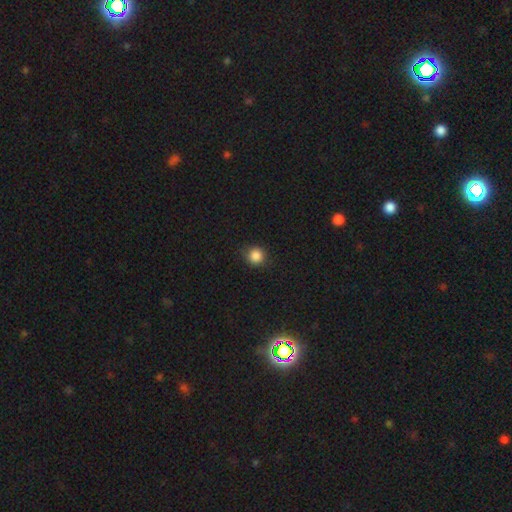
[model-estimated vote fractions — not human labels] smooth_or_featured: smooth (p=0.86) [alt: star or artifact p=0.11]
how_rounded: round (p=0.93) [alt: in between p=0.06]
merging: none (p=0.87) [alt: minor disturbance p=0.10]